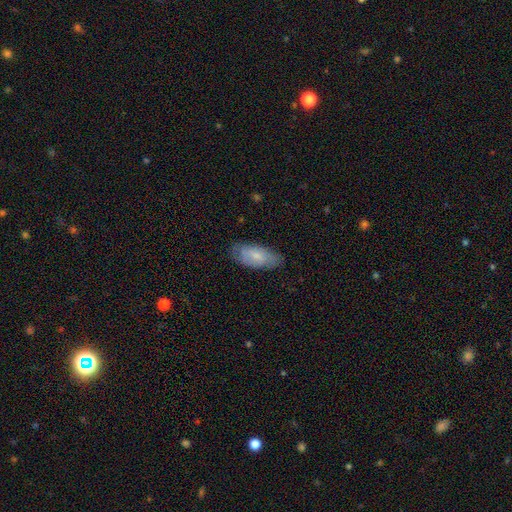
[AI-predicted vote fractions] Smooth or featured: smooth — 63% (featured or disk — 31%)
How rounded: in between — 85% (cigar-shaped — 13%)
Merging: none — 74% (minor disturbance — 21%)